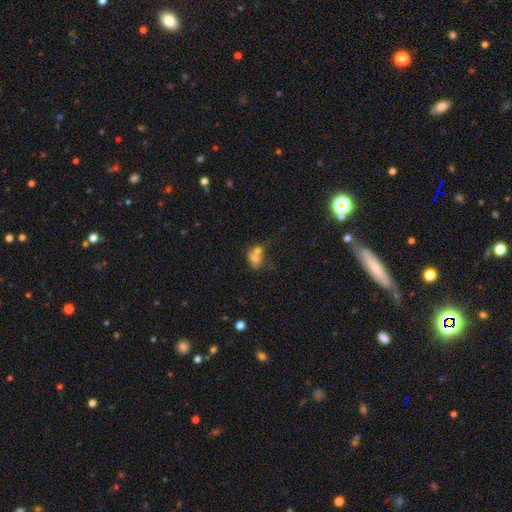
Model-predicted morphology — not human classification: Overall: smooth (67%). How rounded: in between (56%; round 43%). Merging: merger (59%; none 24%).